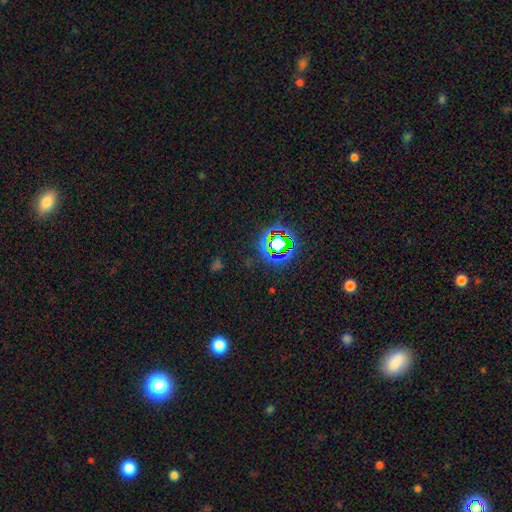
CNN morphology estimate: smooth_or_featured: star or artifact (p=0.72) [alt: smooth p=0.17]